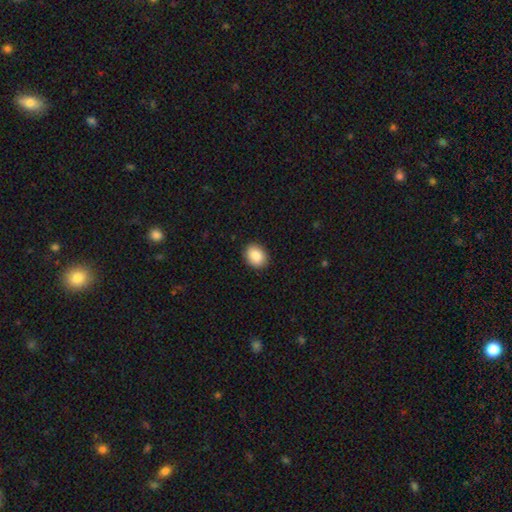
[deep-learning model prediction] Q: Smooth or featured?
A: smooth (90%); runner-up: star or artifact (7%)
Q: How rounded?
A: in between (59%); runner-up: round (40%)
Q: Merging?
A: none (89%); runner-up: minor disturbance (8%)